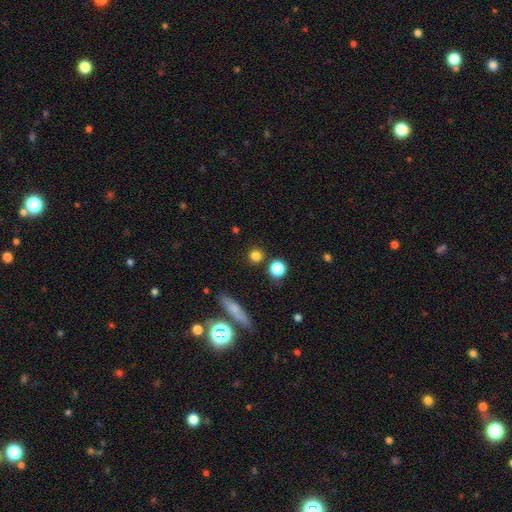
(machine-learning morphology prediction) This appears to be a smooth galaxy with no disk features (81%) that is round (91%). Merging: none (86%).